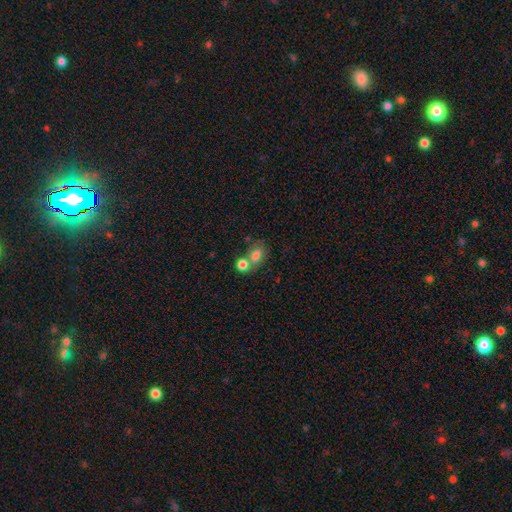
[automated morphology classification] Q: Smooth or featured?
A: smooth (77%); runner-up: featured or disk (13%)
Q: How rounded?
A: in between (60%); runner-up: round (39%)
Q: Merging?
A: merger (45%); runner-up: none (40%)